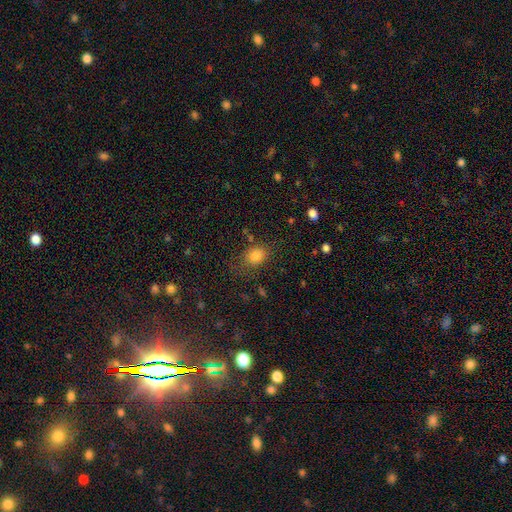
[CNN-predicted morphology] This appears to be a smooth galaxy with no disk features (80%) that is in between round and cigar-shaped (57%). Merging: none (74%).